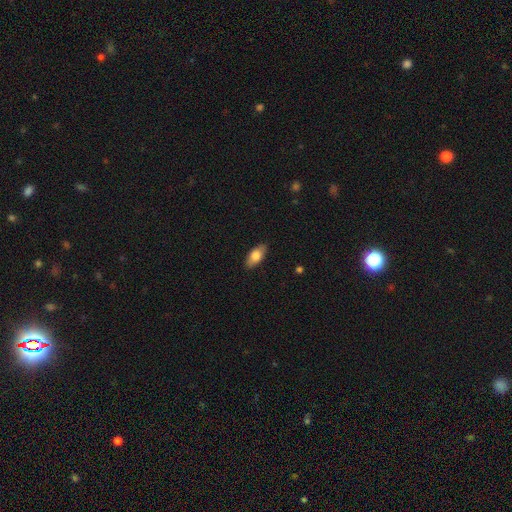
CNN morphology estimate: Overall: smooth (75%). How rounded: in between (86%). Merging: none (86%).